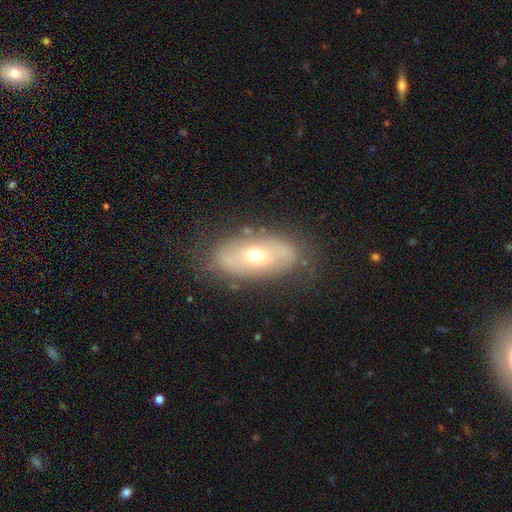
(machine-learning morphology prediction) Smooth or featured?
  - featured or disk: 55% *
  - smooth: 37%
  - star or artifact: 8%
Edge-on disk?
  - no: 84% *
  - yes: 16%
Merging?
  - none: 77% *
  - minor disturbance: 16%
  - major disturbance: 5%
  - merger: 2%